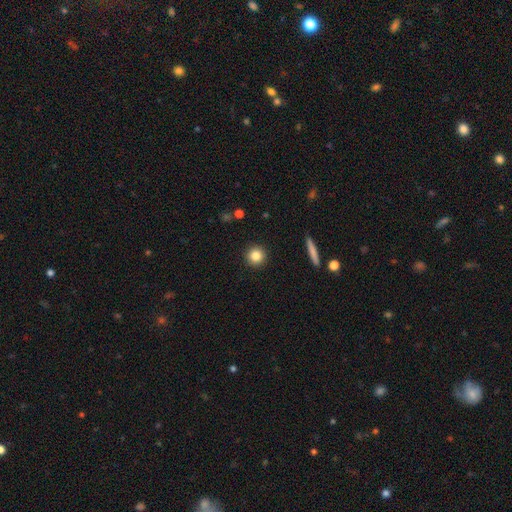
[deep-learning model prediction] Overall: smooth (84%). How rounded: round (95%). Merging: none (92%).